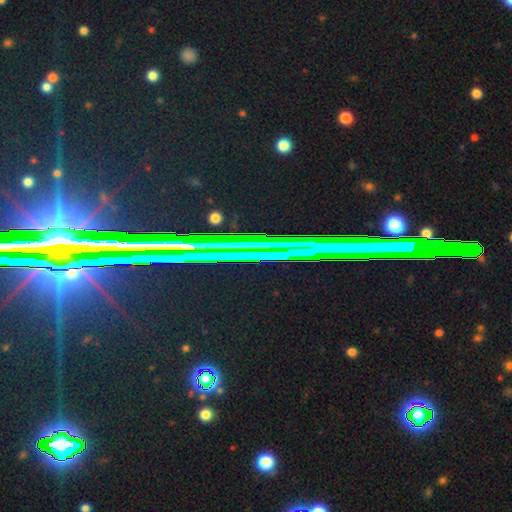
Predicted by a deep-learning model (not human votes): Morphology: type=star or artifact (76%).